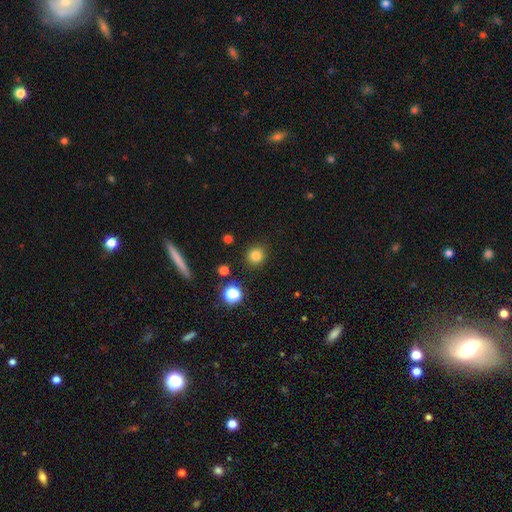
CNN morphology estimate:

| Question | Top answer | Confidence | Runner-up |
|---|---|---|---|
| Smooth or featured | smooth | 81% | star or artifact (14%) |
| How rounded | round | 92% | in between (7%) |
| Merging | none | 90% | minor disturbance (6%) |